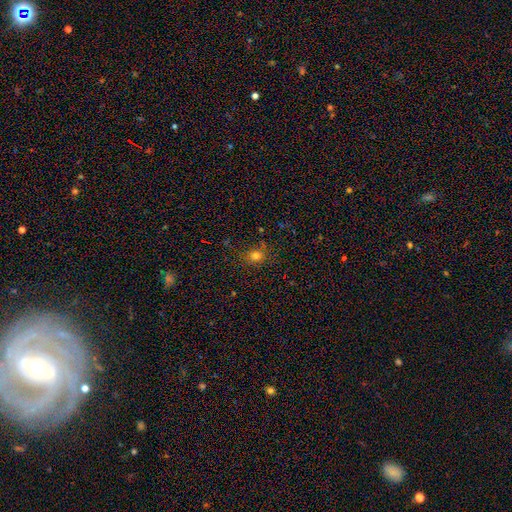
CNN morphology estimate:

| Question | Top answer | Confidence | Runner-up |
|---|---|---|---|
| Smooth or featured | smooth | 76% | star or artifact (17%) |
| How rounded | round | 75% | in between (24%) |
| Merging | none | 79% | minor disturbance (14%) |